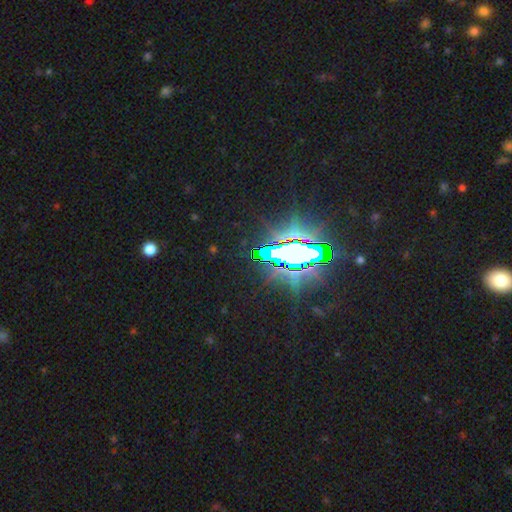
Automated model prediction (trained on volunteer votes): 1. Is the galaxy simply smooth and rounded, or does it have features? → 84% star or artifact, 9% featured or disk, 8% smooth.